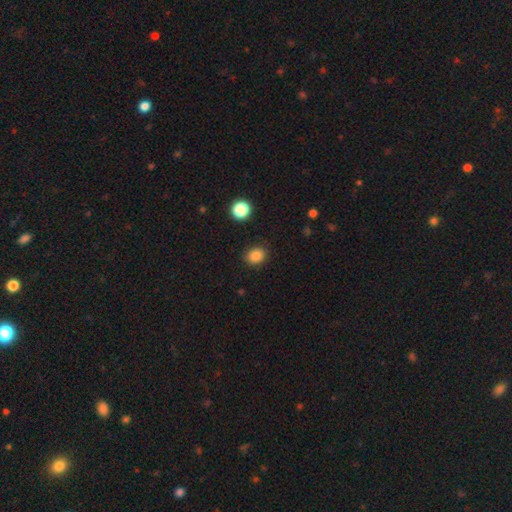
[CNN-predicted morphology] Smooth or featured? Predicted: smooth (p=0.85). How rounded? Predicted: round (p=0.59). Merging? Predicted: none (p=0.87).